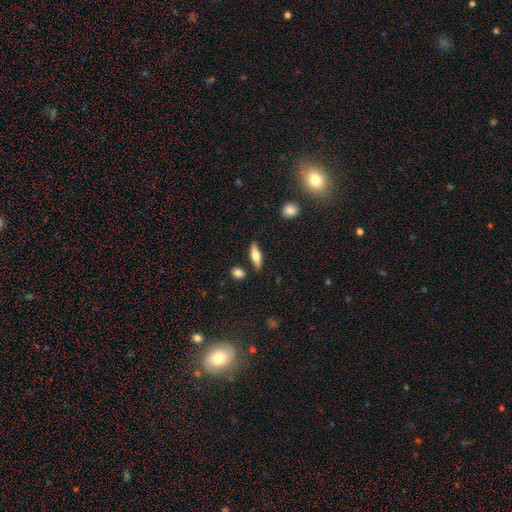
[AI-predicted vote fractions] Smooth or featured: smooth — 56% (featured or disk — 37%)
How rounded: cigar-shaped — 50% (in between — 47%)
Merging: none — 83% (minor disturbance — 10%)